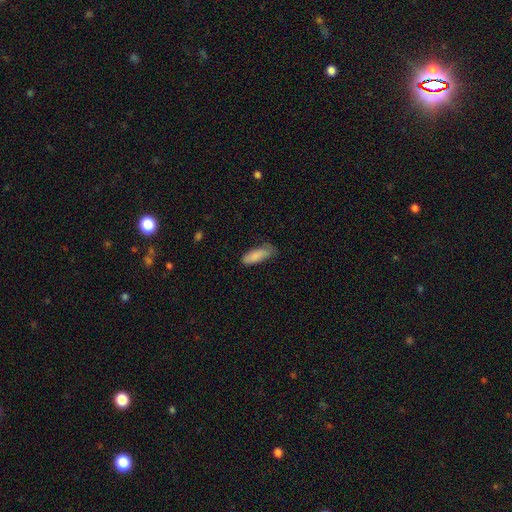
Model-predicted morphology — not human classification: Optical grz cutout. It shows a smooth galaxy with no disk features (85%) that is in between round and cigar-shaped (68%). Merging: none (56%).